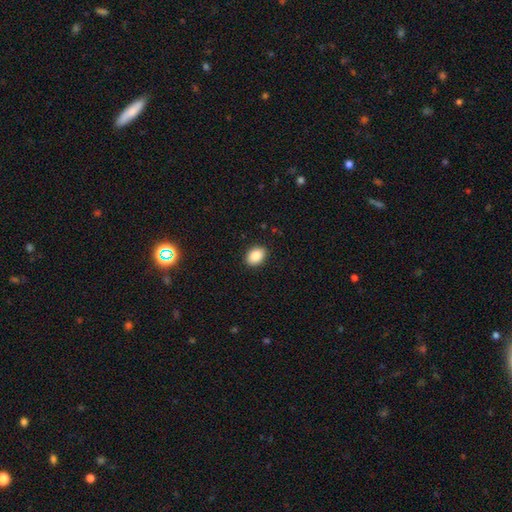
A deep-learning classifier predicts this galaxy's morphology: Smooth or featured? Predicted: smooth (p=0.88). How rounded? Predicted: in between (p=0.74). Merging? Predicted: none (p=0.90).